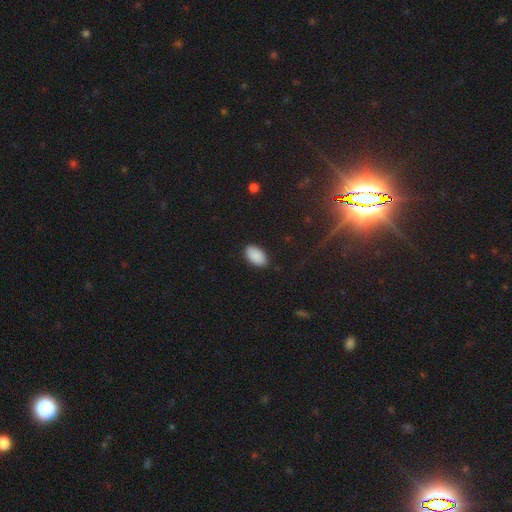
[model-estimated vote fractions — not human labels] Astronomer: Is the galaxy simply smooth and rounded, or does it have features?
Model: smooth — 90%.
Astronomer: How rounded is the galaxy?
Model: in between — 95%.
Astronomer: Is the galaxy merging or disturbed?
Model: none — 88%.